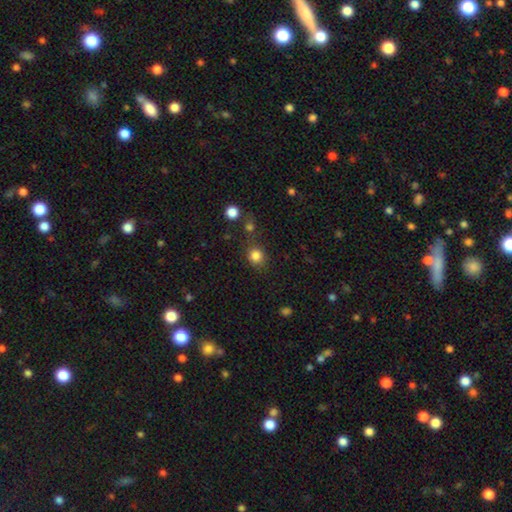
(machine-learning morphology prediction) smooth 83%, star or artifact 12%, featured or disk 5%. Down the decision tree: how rounded — round (83%); merging — none (73%).